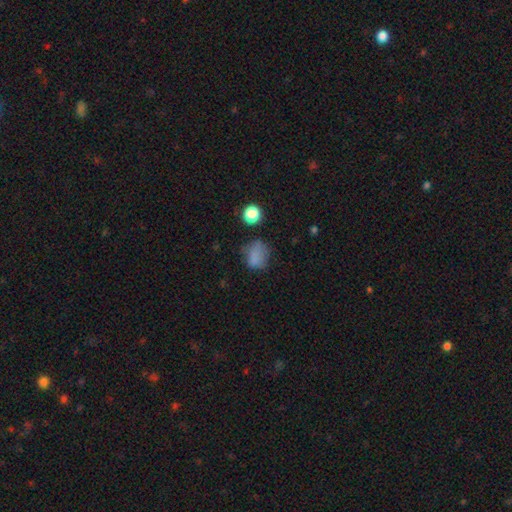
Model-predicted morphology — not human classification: Q: Smooth or featured?
A: smooth (75%); runner-up: star or artifact (15%)
Q: How rounded?
A: round (52%); runner-up: in between (47%)
Q: Merging?
A: none (54%); runner-up: minor disturbance (27%)